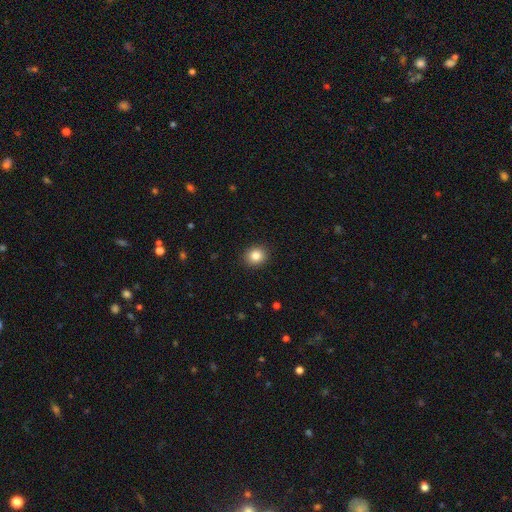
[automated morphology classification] Smooth or featured: smooth — 85% (star or artifact — 10%)
How rounded: round — 81% (in between — 19%)
Merging: none — 92% (minor disturbance — 6%)